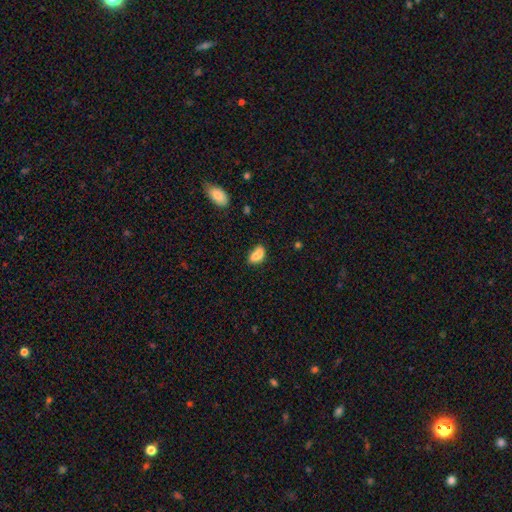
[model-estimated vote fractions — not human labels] The model was most divided on "merging" (2-way tie): merger: 37%, none: 37%, minor disturbance: 18%, major disturbance: 7%. More confident: how rounded — in between (83%); smooth or featured — smooth (77%).